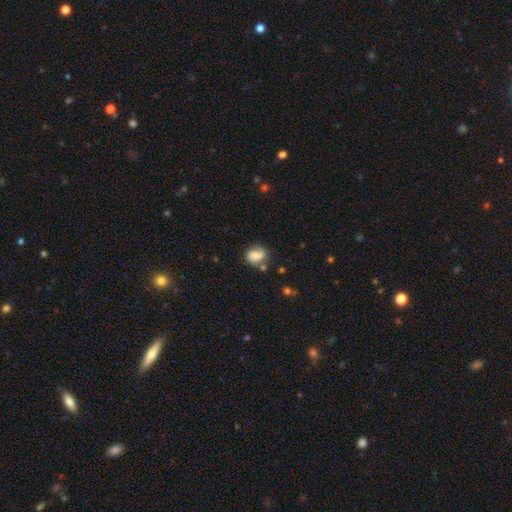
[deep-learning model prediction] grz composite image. It shows a smooth galaxy with no disk features (57%) that is round (56%). Merging: none (56%).